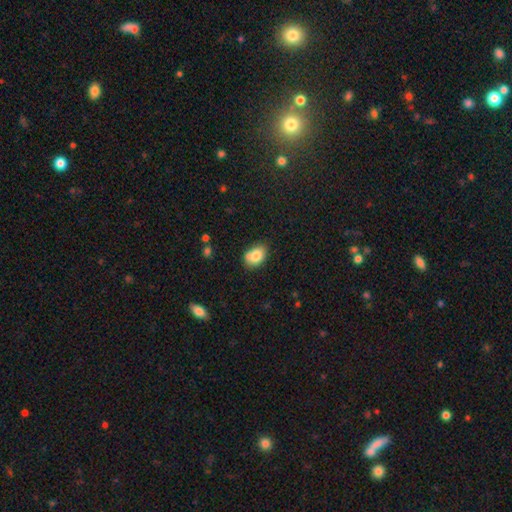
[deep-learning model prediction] Morphology: type=smooth (81%); roundness=in between (77%); merging=none (63%).